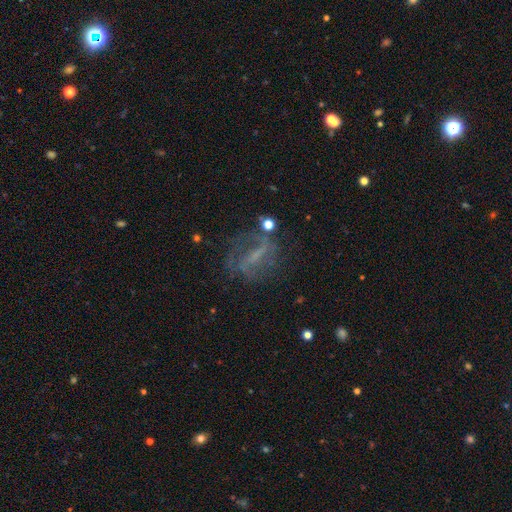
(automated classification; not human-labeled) Smooth or featured: featured or disk — 59% (smooth — 23%)
Edge-on disk: no — 86% (yes — 14%)
Bar: strong — 43% (weak — 33%)
Spiral arms: yes — 58% (no — 42%)
Bulge size: none — 48% (small — 35%)
Merging: none — 56% (major disturbance — 21%)